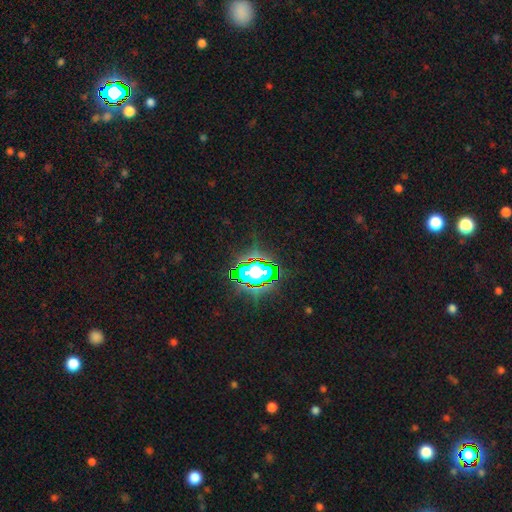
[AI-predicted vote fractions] star or artifact 78%, smooth 13%, featured or disk 9%.